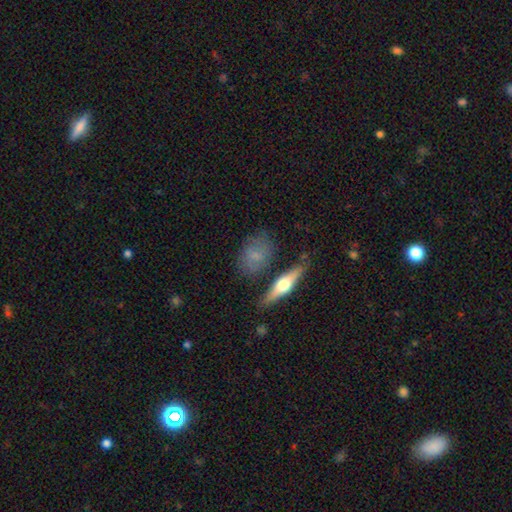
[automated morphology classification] Smooth or featured: smooth — 59% (featured or disk — 32%)
How rounded: in between — 68% (round — 20%)
Merging: none — 71% (minor disturbance — 18%)